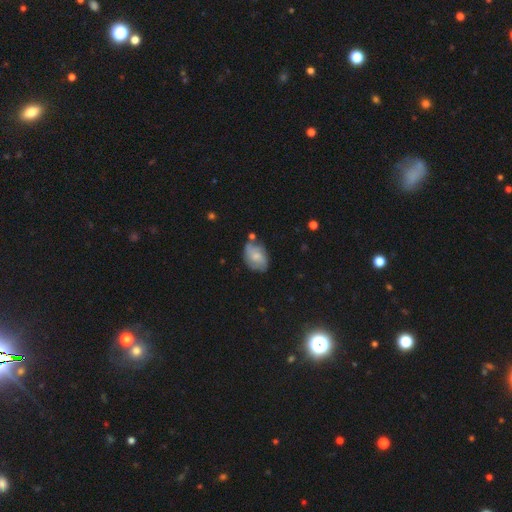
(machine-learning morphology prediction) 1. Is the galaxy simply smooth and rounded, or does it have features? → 52% smooth, 41% featured or disk, 7% star or artifact.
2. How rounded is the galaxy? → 83% in between, 15% round, 1% cigar-shaped.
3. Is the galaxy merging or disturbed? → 59% none, 27% minor disturbance, 7% major disturbance, 7% merger.